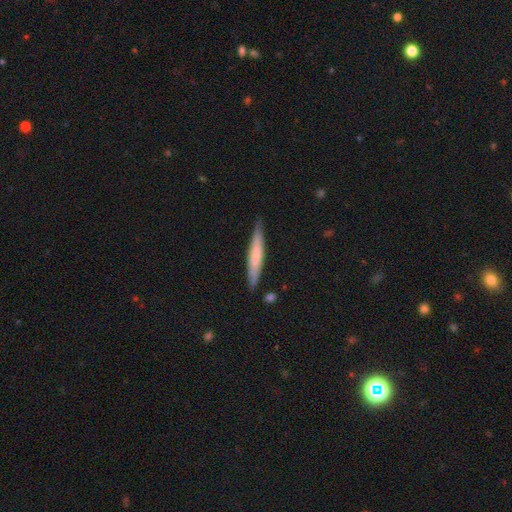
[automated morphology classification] Smooth or featured? Predicted: smooth (p=0.61). How rounded? Predicted: cigar-shaped (p=0.93). Merging? Predicted: none (p=0.85).